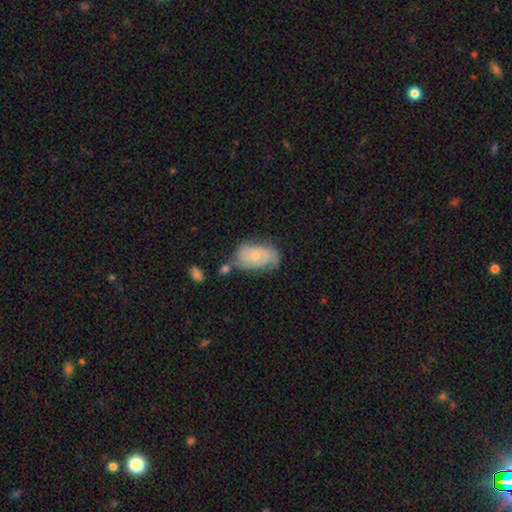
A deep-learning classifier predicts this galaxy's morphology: Smooth or featured?
  - featured or disk: 62% *
  - smooth: 31%
  - star or artifact: 7%
Edge-on disk?
  - no: 96% *
  - yes: 4%
Bar?
  - no: 72% *
  - weak: 24%
  - strong: 3%
Spiral arms?
  - yes: 89% *
  - no: 11%
Spiral winding?
  - tight: 53% *
  - medium: 34%
  - loose: 13%
Spiral arm count?
  - 2: 46% *
  - can't tell: 30%
  - 3: 10%
  - 1: 8%
  - 4: 3%
  - more than 4: 2%
Bulge size?
  - small: 61% *
  - moderate: 27%
  - none: 9%
  - large: 3%
  - dominant: 1%
Merging?
  - none: 52% *
  - minor disturbance: 26%
  - major disturbance: 12%
  - merger: 10%